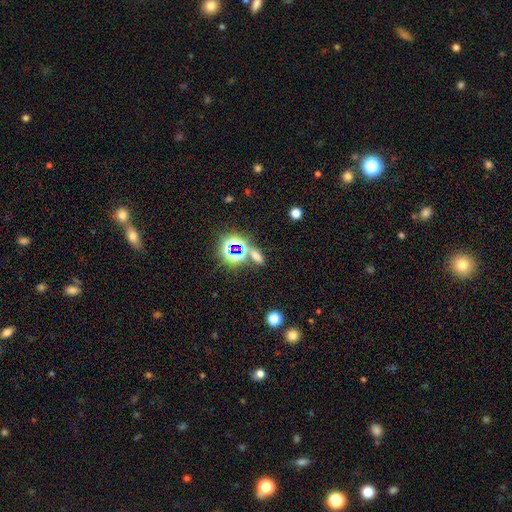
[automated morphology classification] Smooth or featured? smooth (53%)
How rounded? in between (63%)
Merging? none (69%)